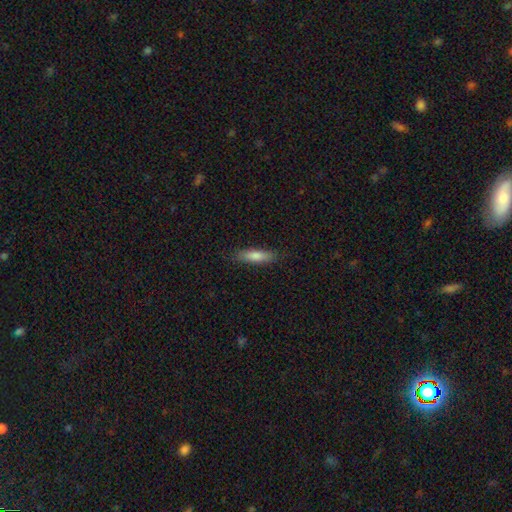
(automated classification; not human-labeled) Overall: smooth (73%). How rounded: cigar-shaped (74%). Merging: none (86%).